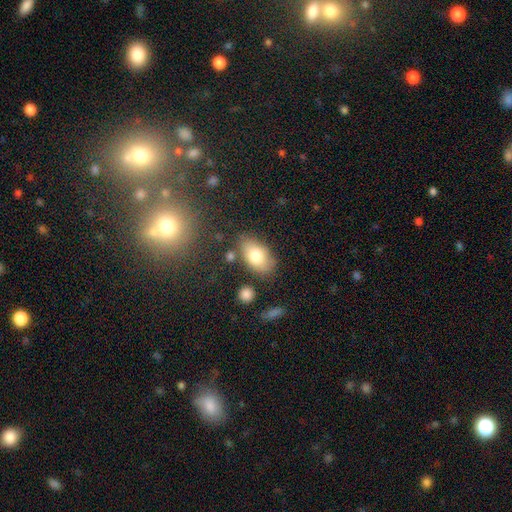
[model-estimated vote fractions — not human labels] Q: Smooth or featured?
A: smooth (76%); runner-up: featured or disk (16%)
Q: How rounded?
A: in between (90%); runner-up: round (8%)
Q: Merging?
A: none (72%); runner-up: minor disturbance (17%)